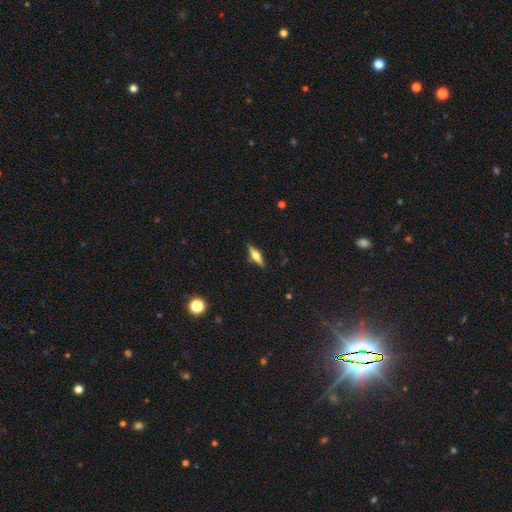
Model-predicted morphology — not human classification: Overall: featured or disk (60%; smooth 33%). Edge-on disk: yes (95%). Edge-on bulge: rounded (90%). Merging: none (88%).